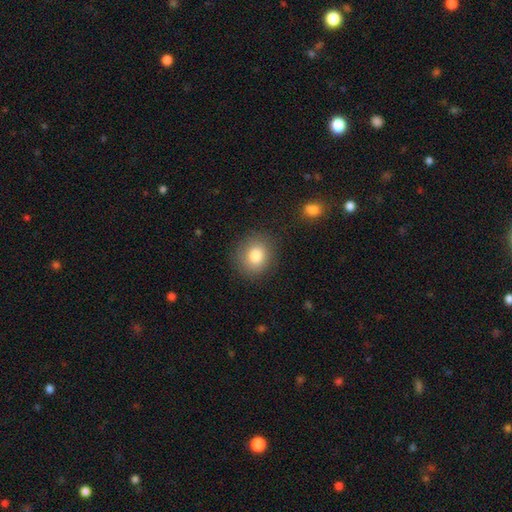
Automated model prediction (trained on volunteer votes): A smooth galaxy with no disk features (82%) that is round (78%).

Vote fractions:
- Smooth or featured? smooth: 82% / star or artifact: 10% / featured or disk: 9%
- How rounded? round: 78% / in between: 21% / cigar-shaped: 1%
- Merging? none: 85% / minor disturbance: 10% / major disturbance: 3% / merger: 2%